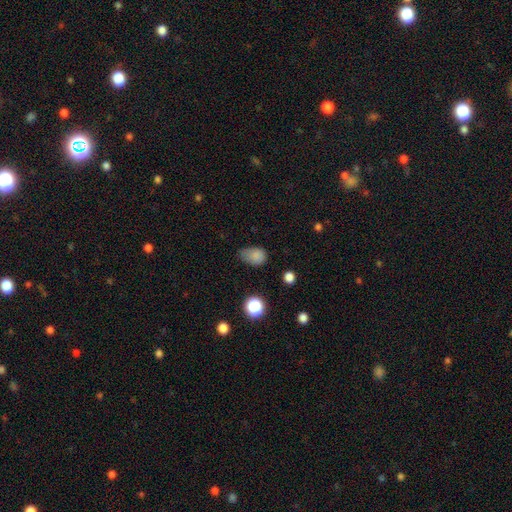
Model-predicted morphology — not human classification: The model was most divided on "merging": minor disturbance: 43%, none: 42%, major disturbance: 13%, merger: 2%. More confident: smooth or featured — smooth (81%); how rounded — in between (75%).